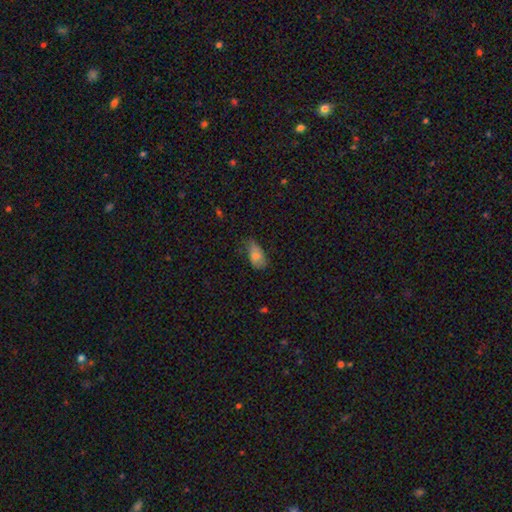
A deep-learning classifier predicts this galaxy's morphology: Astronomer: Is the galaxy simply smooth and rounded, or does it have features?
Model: smooth — 73%.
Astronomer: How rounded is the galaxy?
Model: in between — 91%.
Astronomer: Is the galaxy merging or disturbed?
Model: none — 47% (runner-up: minor disturbance, 37%).